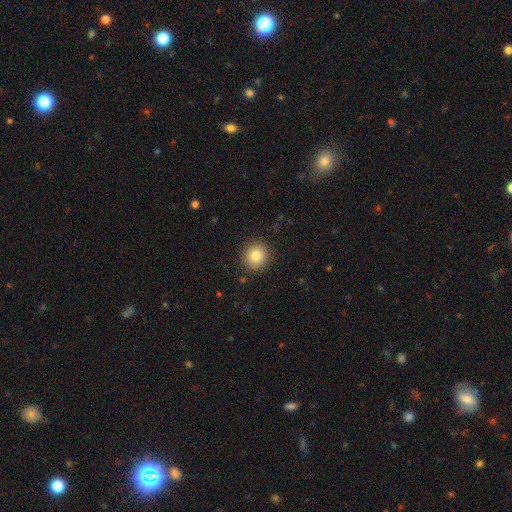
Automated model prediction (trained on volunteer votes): smooth 85%, star or artifact 9%, featured or disk 6%. Down the decision tree: how rounded — round (90%); merging — none (90%).